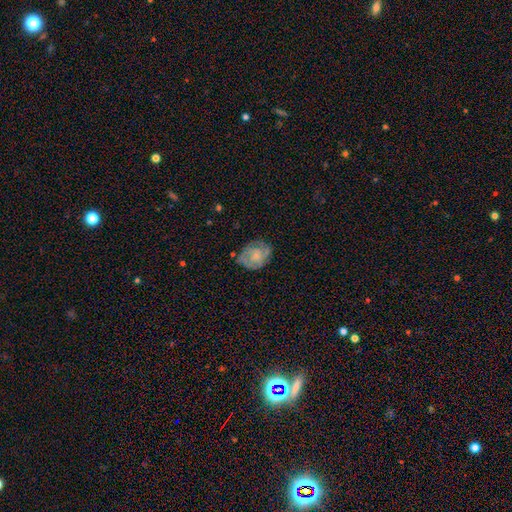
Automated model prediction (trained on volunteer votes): Smooth or featured? Predicted: featured or disk (p=0.54). Edge-on disk? Predicted: no (p=0.97). Bar? Predicted: no (p=0.77). Spiral arms? Predicted: yes (p=0.68). Bulge size? Predicted: small (p=0.35). Merging? Predicted: none (p=0.65).